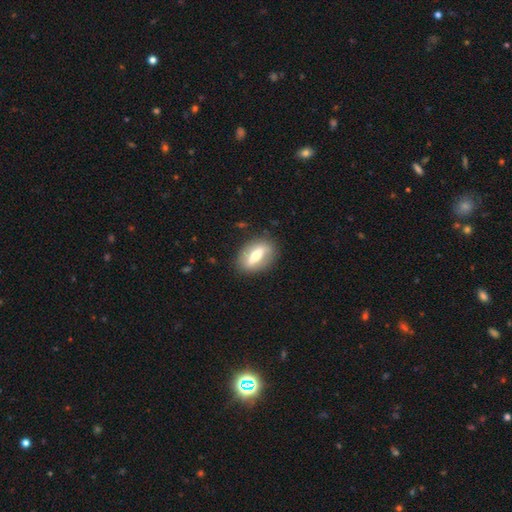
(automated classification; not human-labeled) This is possibly a featured or disk galaxy (54%). It is likely not viewed edge-on (60%). Merging: clearly none (84%).